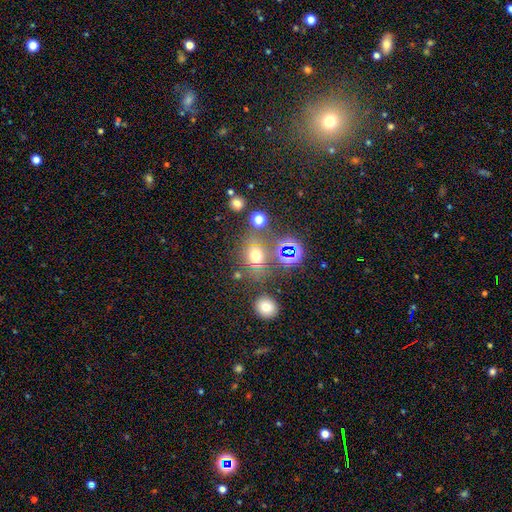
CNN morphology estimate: type=smooth (58%); roundness=round (53%); merging=none (67%).